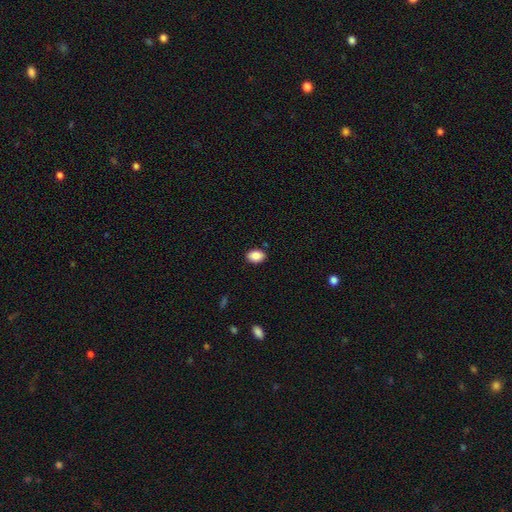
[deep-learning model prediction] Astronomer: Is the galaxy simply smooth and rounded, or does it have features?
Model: smooth — 88%.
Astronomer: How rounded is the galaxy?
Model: in between — 85%.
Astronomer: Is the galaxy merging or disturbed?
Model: none — 88%.